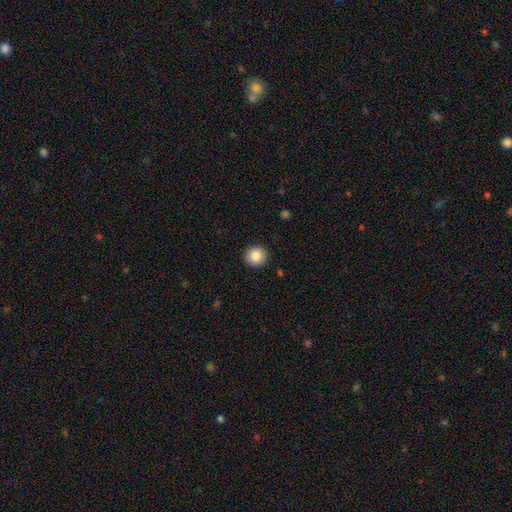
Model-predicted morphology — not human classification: This appears to be a smooth galaxy with no disk features (83%) that is round (92%). Merging: none (89%).